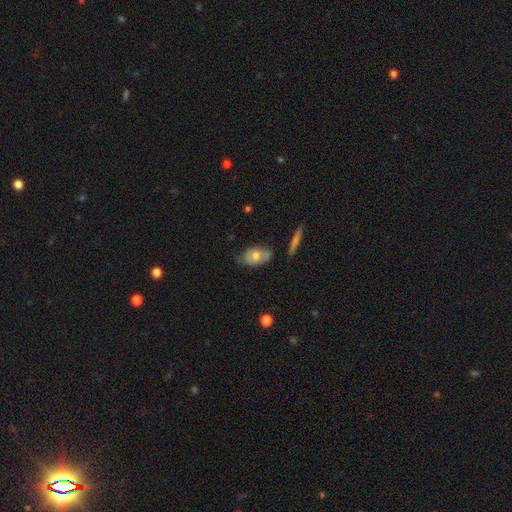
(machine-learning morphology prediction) smooth_or_featured: smooth (p=0.58) [alt: featured or disk p=0.35]
how_rounded: in between (p=0.88) [alt: round p=0.08]
merging: none (p=0.62) [alt: minor disturbance p=0.27]